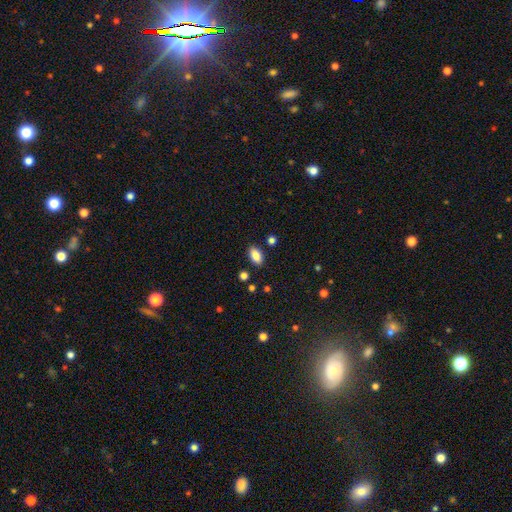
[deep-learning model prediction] Morphology: type=smooth (86%); roundness=in between (91%); merging=none (86%).